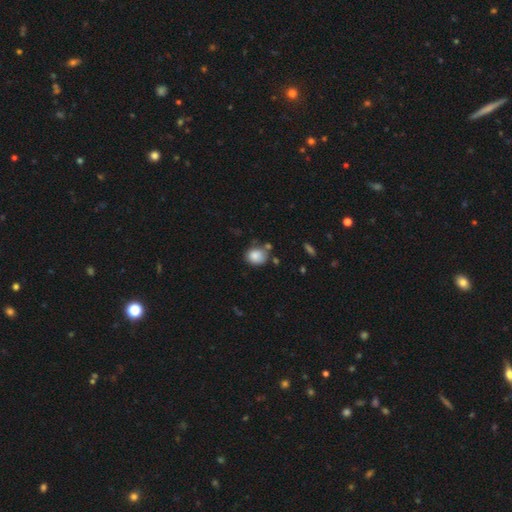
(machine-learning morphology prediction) smooth_or_featured: smooth (p=0.85) [alt: star or artifact p=0.09]
how_rounded: round (p=0.61) [alt: in between p=0.38]
merging: none (p=0.62) [alt: minor disturbance p=0.21]